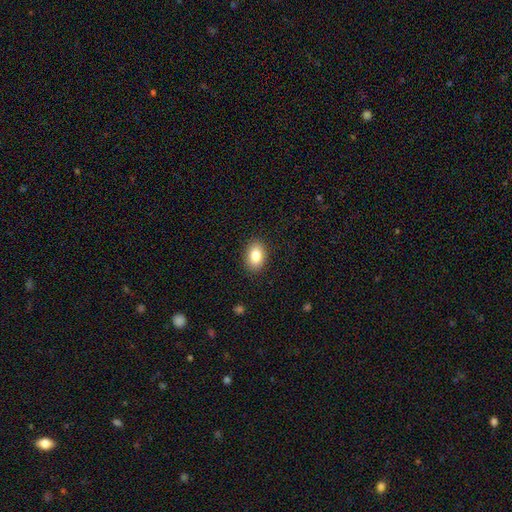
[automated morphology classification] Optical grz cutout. It shows a smooth galaxy with no disk features (84%) that is in between round and cigar-shaped (84%). Merging: none (89%).